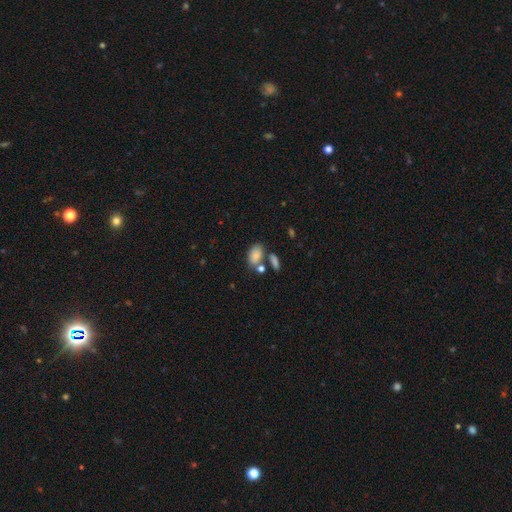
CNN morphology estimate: A smooth galaxy with no disk features (82%) that is in between round and cigar-shaped (90%).

Vote fractions:
- Smooth or featured? smooth: 82% / featured or disk: 10% / star or artifact: 8%
- How rounded? in between: 90% / round: 8% / cigar-shaped: 2%
- Merging? none: 55% / merger: 26% / minor disturbance: 15% / major disturbance: 5%